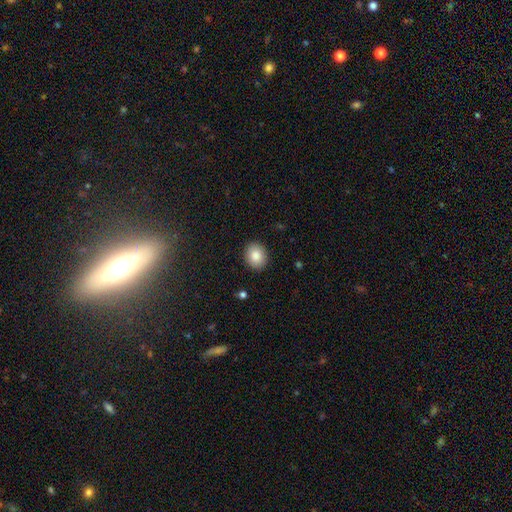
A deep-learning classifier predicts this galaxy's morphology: smooth_or_featured: smooth (p=0.86) [alt: star or artifact p=0.08]
how_rounded: round (p=0.57) [alt: in between p=0.43]
merging: none (p=0.90) [alt: minor disturbance p=0.07]